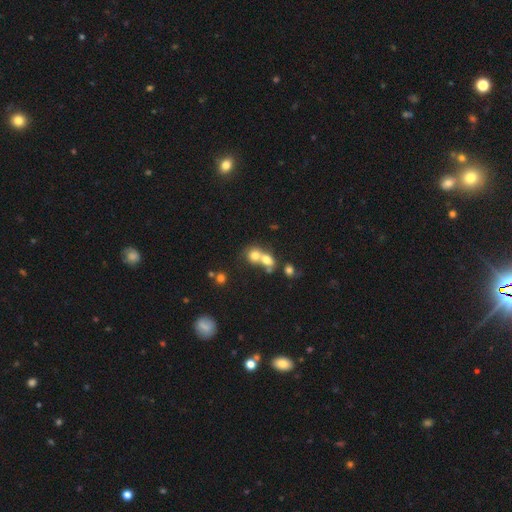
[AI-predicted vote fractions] This appears to be a smooth galaxy with no disk features (71%) that is round (69%). Merging: merger (69%).